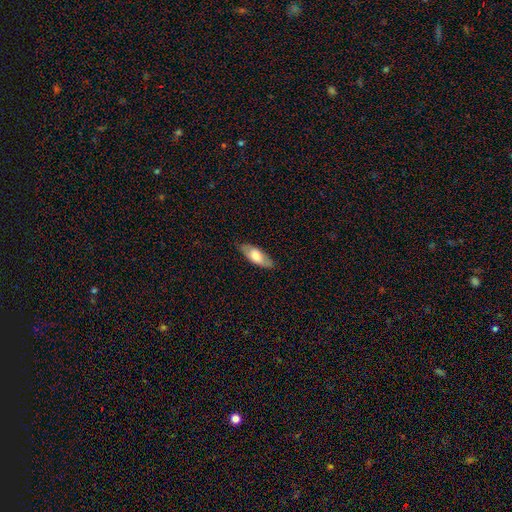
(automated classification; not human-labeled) Smooth or featured?
  - smooth: 64% *
  - featured or disk: 30%
  - star or artifact: 6%
How rounded?
  - in between: 74% *
  - cigar-shaped: 23%
  - round: 2%
Merging?
  - none: 82% *
  - minor disturbance: 15%
  - major disturbance: 3%
  - merger: 1%